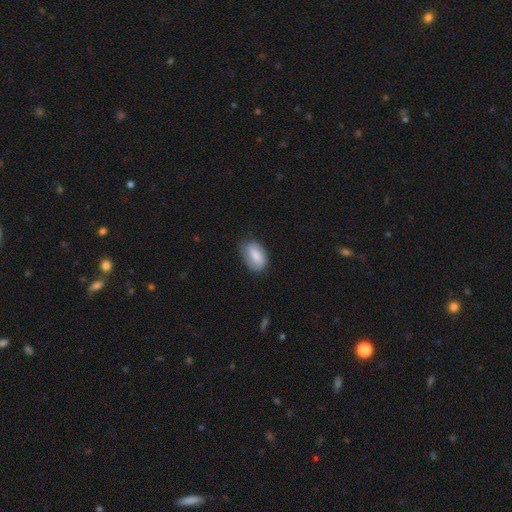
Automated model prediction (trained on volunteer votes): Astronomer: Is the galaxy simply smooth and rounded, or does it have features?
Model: smooth — 77%.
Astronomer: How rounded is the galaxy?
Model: in between — 90%.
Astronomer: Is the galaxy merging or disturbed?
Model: none — 71%.